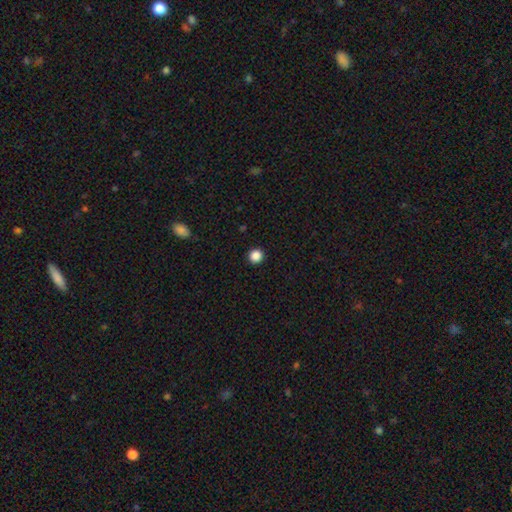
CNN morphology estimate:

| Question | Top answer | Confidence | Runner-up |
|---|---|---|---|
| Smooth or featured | smooth | 87% | star or artifact (11%) |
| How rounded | round | 94% | in between (5%) |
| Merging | none | 93% | minor disturbance (4%) |